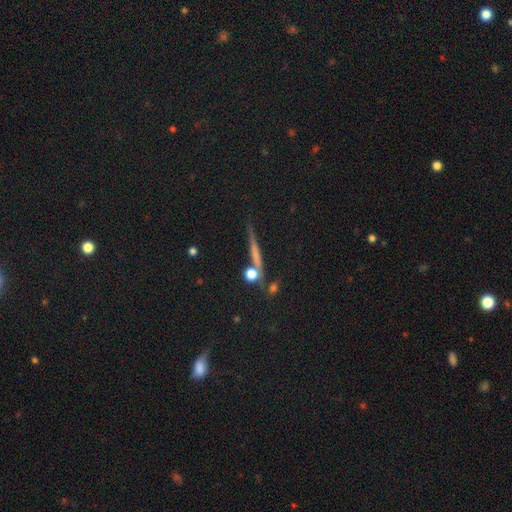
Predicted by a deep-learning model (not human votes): A smooth galaxy with no disk features (47%).

Vote fractions:
- Smooth or featured? smooth: 47% / featured or disk: 33% / star or artifact: 20%
- Merging? none: 73% / minor disturbance: 13% / merger: 9% / major disturbance: 5%